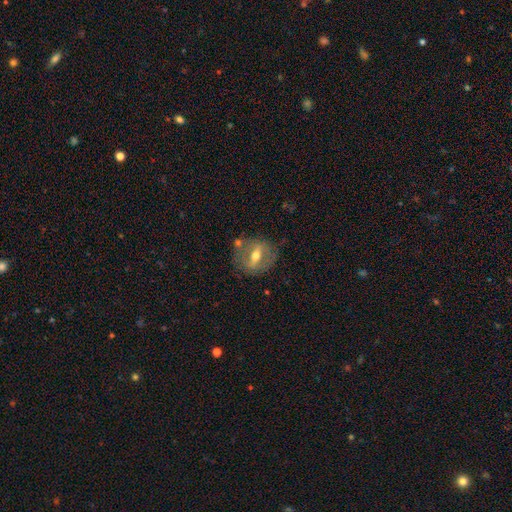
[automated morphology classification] Smooth or featured?
  - featured or disk: 63% *
  - smooth: 29%
  - star or artifact: 8%
Edge-on disk?
  - no: 79% *
  - yes: 21%
Merging?
  - none: 72% *
  - minor disturbance: 16%
  - major disturbance: 7%
  - merger: 5%